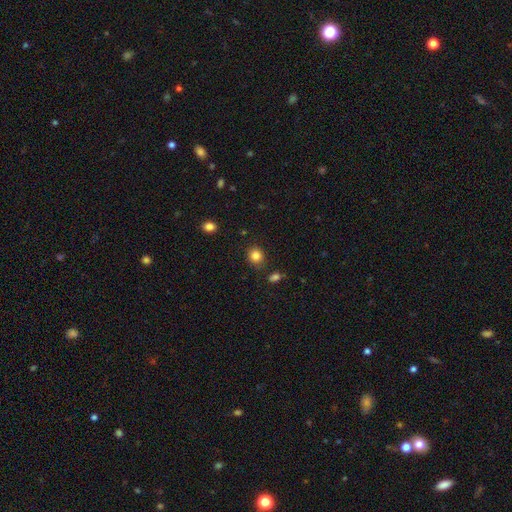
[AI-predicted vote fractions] Smooth or featured? Predicted: smooth (p=0.84). How rounded? Predicted: round (p=0.77). Merging? Predicted: none (p=0.82).